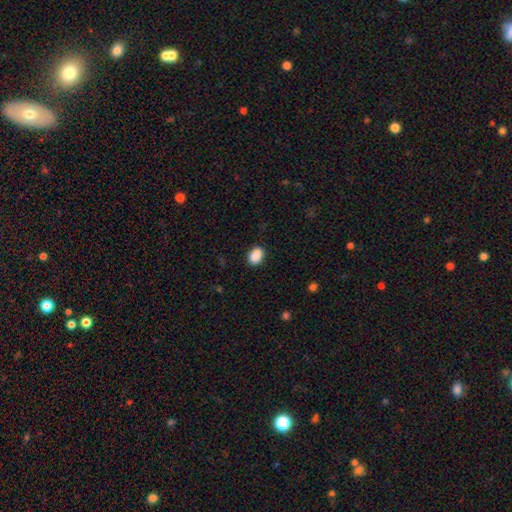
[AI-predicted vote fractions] Smooth or featured?
  - smooth: 90% *
  - star or artifact: 8%
  - featured or disk: 3%
How rounded?
  - in between: 80% *
  - round: 19%
  - cigar-shaped: 1%
Merging?
  - none: 87% *
  - minor disturbance: 10%
  - major disturbance: 2%
  - merger: 1%